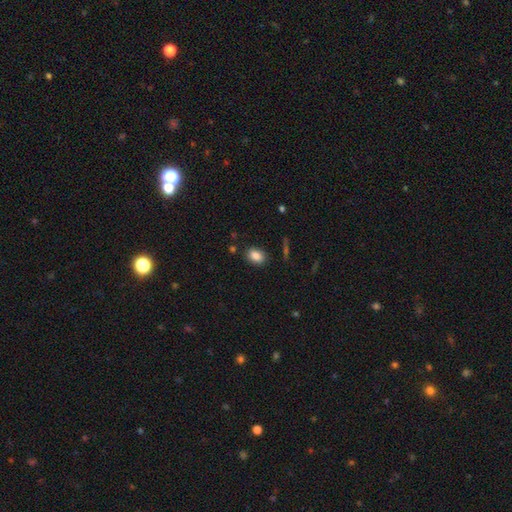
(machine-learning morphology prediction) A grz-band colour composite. It shows a smooth galaxy with no disk features (85%) that is in between round and cigar-shaped (78%). Merging: none (85%).